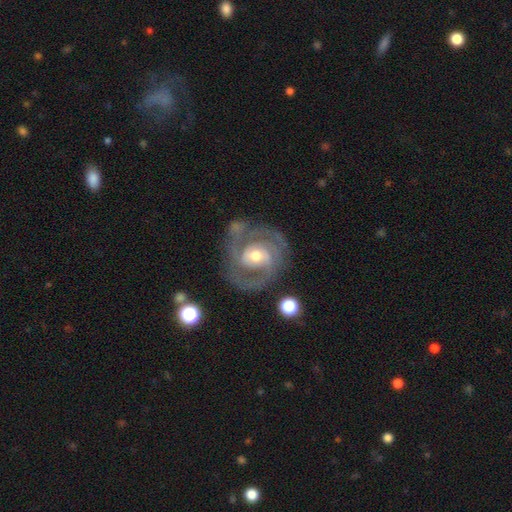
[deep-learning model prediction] Smooth or featured? Predicted: featured or disk (p=0.83). Edge-on disk? Predicted: no (p=0.97). Bar? Predicted: weak (p=0.40). Spiral arms? Predicted: yes (p=0.88). Spiral winding? Predicted: tight (p=0.54). Spiral arm count? Predicted: 2 (p=0.67). Bulge size? Predicted: moderate (p=0.53). Merging? Predicted: none (p=0.70).